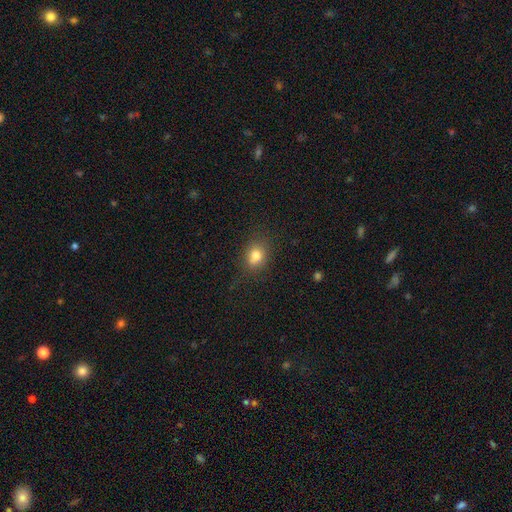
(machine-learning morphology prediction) Smooth or featured? Predicted: smooth (p=0.78). How rounded? Predicted: in between (p=0.49, tied with round). Merging? Predicted: none (p=0.71).